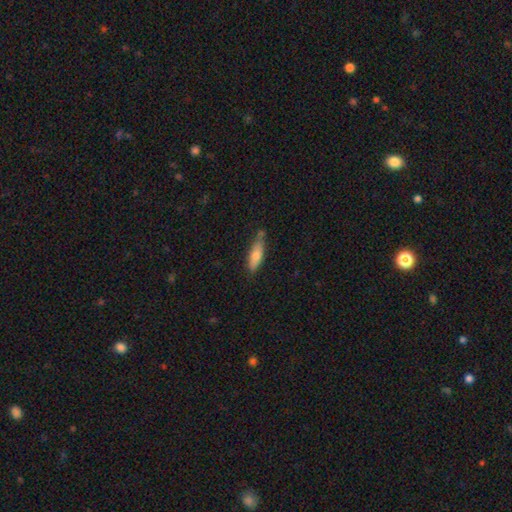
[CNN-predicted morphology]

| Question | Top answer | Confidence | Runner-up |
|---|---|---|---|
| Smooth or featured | smooth | 73% | featured or disk (21%) |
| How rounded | cigar-shaped | 57% | in between (41%) |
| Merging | none | 64% | minor disturbance (25%) |